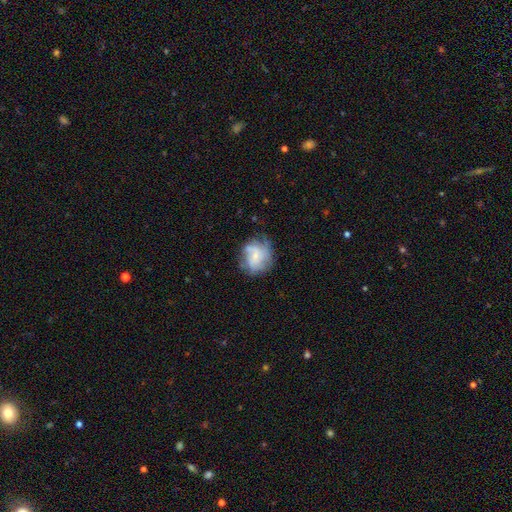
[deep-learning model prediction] This is possibly a featured or disk galaxy (52%). It is clearly not viewed edge-on (97%). Bar: likely no (69%). Spiral arm pattern: likely yes (65%). Central bulge: likely small (64%). Merging: possibly none (52%).